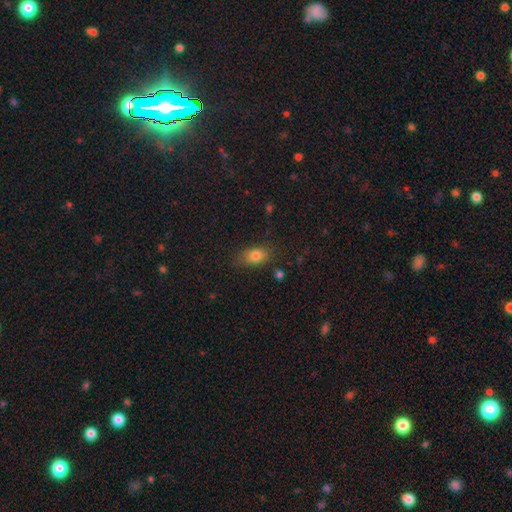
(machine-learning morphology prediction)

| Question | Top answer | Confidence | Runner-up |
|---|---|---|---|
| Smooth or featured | smooth | 81% | star or artifact (10%) |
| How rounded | in between | 82% | round (15%) |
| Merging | none | 78% | minor disturbance (16%) |